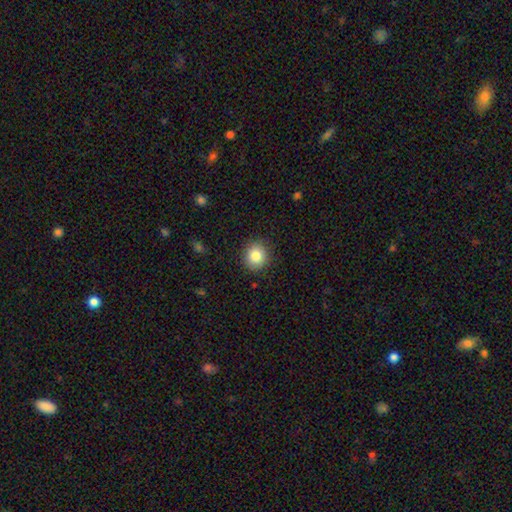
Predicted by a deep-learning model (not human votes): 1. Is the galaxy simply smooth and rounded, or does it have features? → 84% smooth, 9% star or artifact, 7% featured or disk.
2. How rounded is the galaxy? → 88% round, 11% in between, 1% cigar-shaped.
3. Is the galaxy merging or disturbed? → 90% none, 7% minor disturbance, 2% major disturbance, 1% merger.